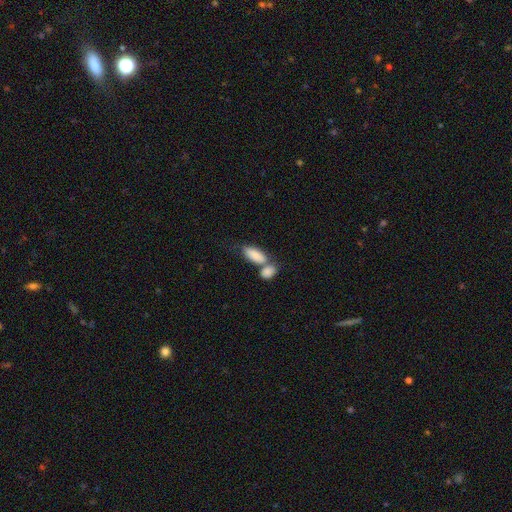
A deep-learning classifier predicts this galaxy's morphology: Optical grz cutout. It shows a smooth galaxy with no disk features (84%) that is in between round and cigar-shaped (85%). Merging: merger (57%).